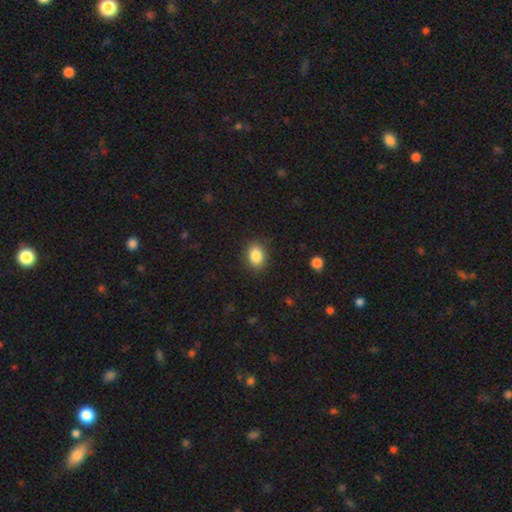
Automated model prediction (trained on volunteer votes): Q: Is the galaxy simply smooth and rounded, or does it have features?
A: smooth — 86%.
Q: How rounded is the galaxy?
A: in between — 72%.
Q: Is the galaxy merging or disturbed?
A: none — 87%.